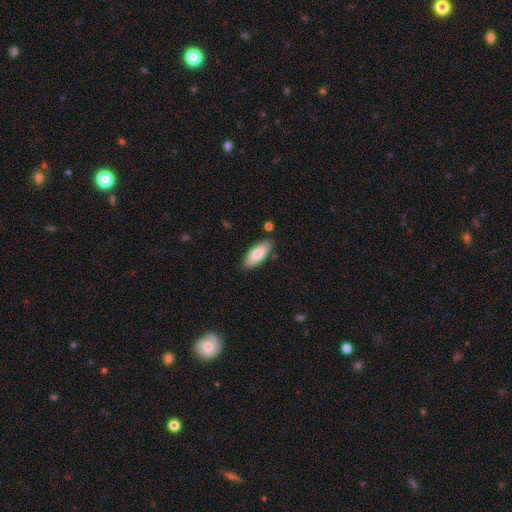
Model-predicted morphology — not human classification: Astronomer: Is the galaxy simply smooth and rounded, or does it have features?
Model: smooth — 81%.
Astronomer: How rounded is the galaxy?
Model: in between — 78%.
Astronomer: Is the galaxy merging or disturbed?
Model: none — 82%.